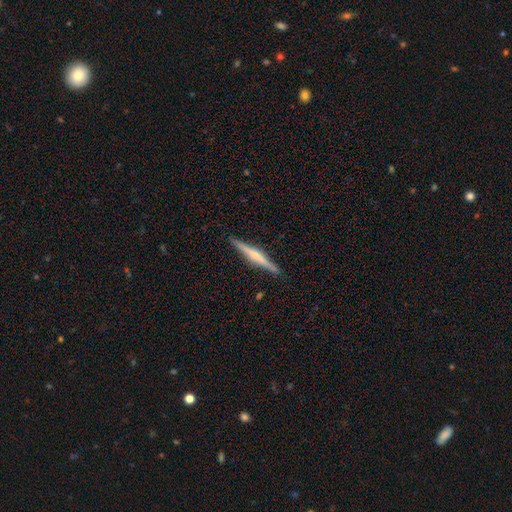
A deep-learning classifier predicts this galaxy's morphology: This is likely a featured or disk galaxy (65%). It is clearly viewed edge-on (98%). Edge-on bulge: likely rounded (60%). Merging: clearly none (91%).